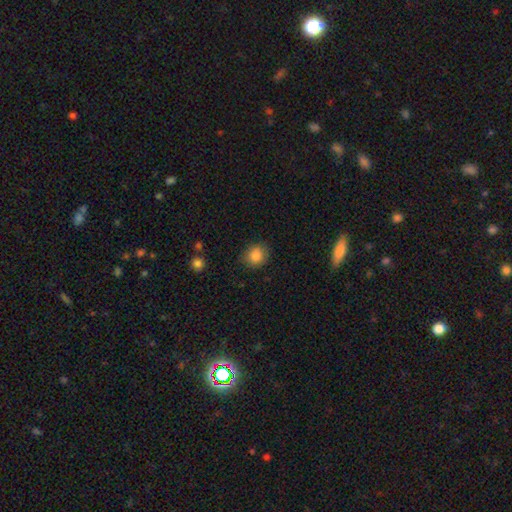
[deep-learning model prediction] Morphology: type=smooth (85%); roundness=round (75%); merging=none (82%).